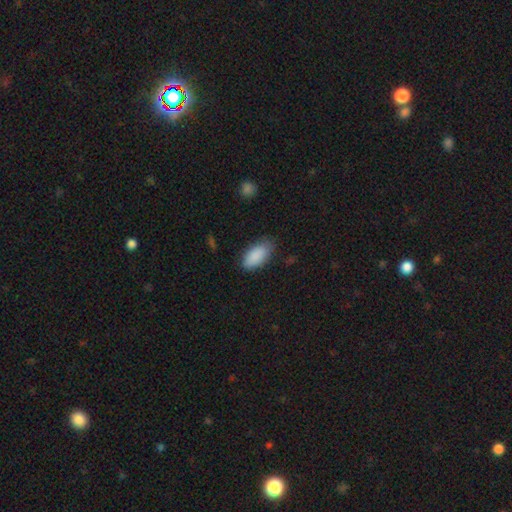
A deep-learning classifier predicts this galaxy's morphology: Overall: smooth (89%). How rounded: in between (93%). Merging: none (76%).